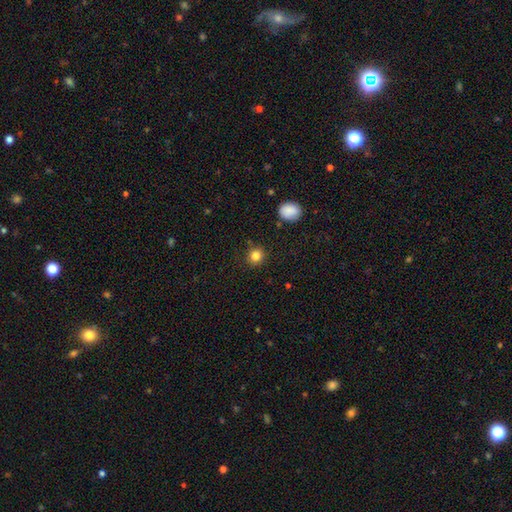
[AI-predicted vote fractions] Q: Smooth or featured?
A: smooth (84%); runner-up: star or artifact (12%)
Q: How rounded?
A: round (87%); runner-up: in between (12%)
Q: Merging?
A: none (86%); runner-up: minor disturbance (9%)